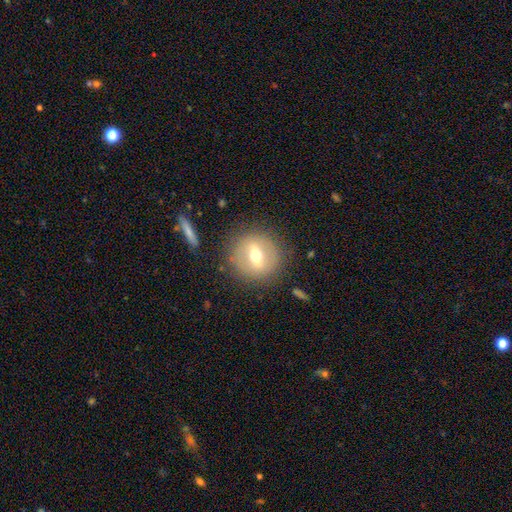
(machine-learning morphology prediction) Smooth or featured? Predicted: featured or disk (p=0.54). Edge-on disk? Predicted: no (p=0.72). Merging? Predicted: none (p=0.83).